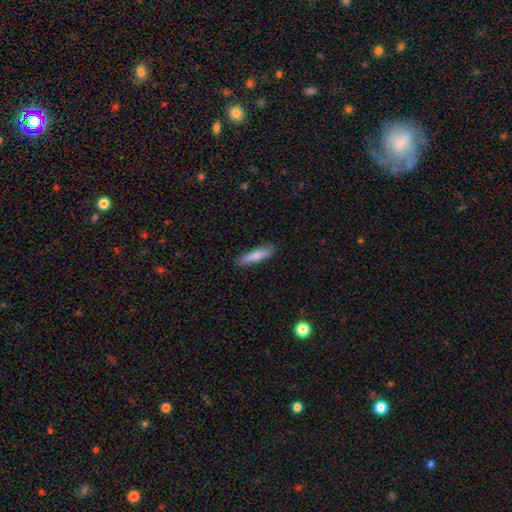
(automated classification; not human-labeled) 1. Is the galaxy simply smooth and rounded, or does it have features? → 80% smooth, 14% featured or disk, 6% star or artifact.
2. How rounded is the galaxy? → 77% cigar-shaped, 22% in between, 1% round.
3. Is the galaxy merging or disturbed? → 84% none, 13% minor disturbance, 2% major disturbance, 1% merger.